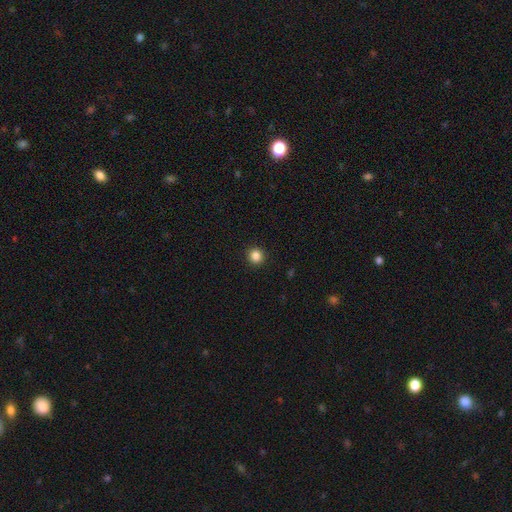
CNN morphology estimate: The model was most divided on "smooth or featured": smooth: 86%, star or artifact: 11%, featured or disk: 3%. More confident: how rounded — round (94%); merging — none (93%).